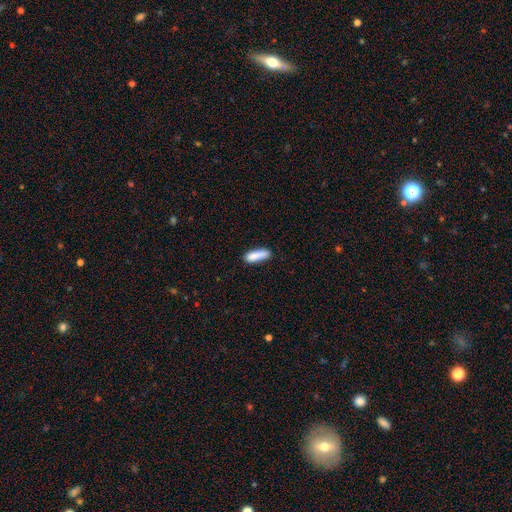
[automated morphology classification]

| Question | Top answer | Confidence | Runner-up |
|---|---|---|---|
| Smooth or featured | smooth | 84% | featured or disk (9%) |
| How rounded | cigar-shaped | 59% | in between (39%) |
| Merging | none | 67% | minor disturbance (21%) |